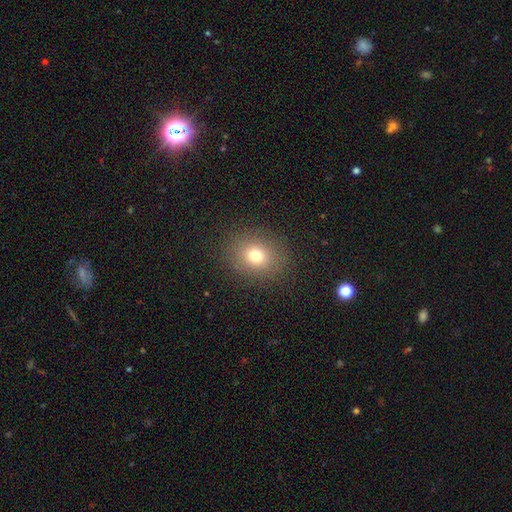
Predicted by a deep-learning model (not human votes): smooth-or-featured: smooth: 75% | star or artifact: 15% | featured or disk: 11%
  how-rounded: round: 65% | in between: 34% | cigar-shaped: 1%
  merging: none: 87% | minor disturbance: 8% | major disturbance: 4% | merger: 1%